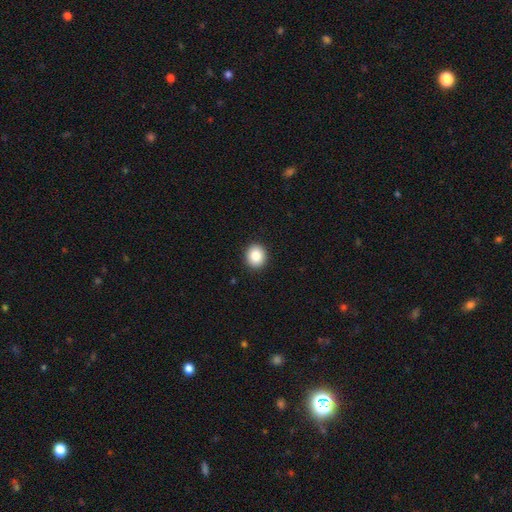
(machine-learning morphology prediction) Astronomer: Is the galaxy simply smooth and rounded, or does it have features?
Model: smooth — 86%.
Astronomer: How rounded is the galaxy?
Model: round — 79%.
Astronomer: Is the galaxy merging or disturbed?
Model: none — 92%.